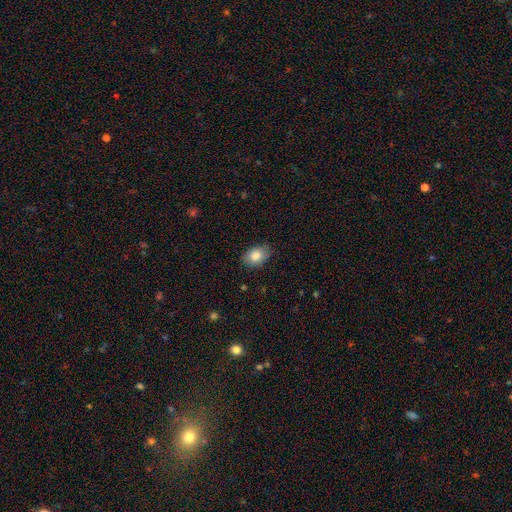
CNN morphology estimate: Smooth or featured?
  - smooth: 85% *
  - featured or disk: 7%
  - star or artifact: 7%
How rounded?
  - in between: 81% *
  - round: 18%
  - cigar-shaped: 1%
Merging?
  - none: 81% *
  - minor disturbance: 16%
  - major disturbance: 3%
  - merger: 1%